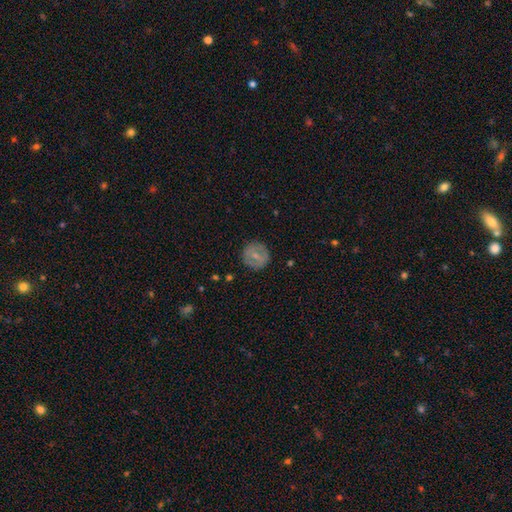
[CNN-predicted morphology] This is possibly a smooth galaxy (56%). How rounded: clearly round (92%). Merging: clearly none (88%).